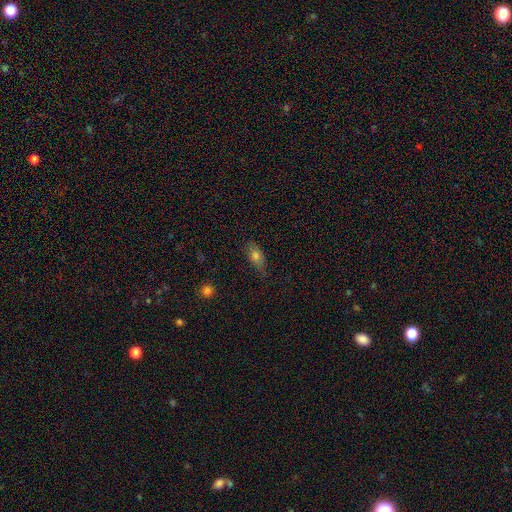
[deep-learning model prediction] The model was most divided on "smooth or featured": smooth: 71%, featured or disk: 19%, star or artifact: 10%. More confident: how rounded — in between (81%); merging — none (77%).